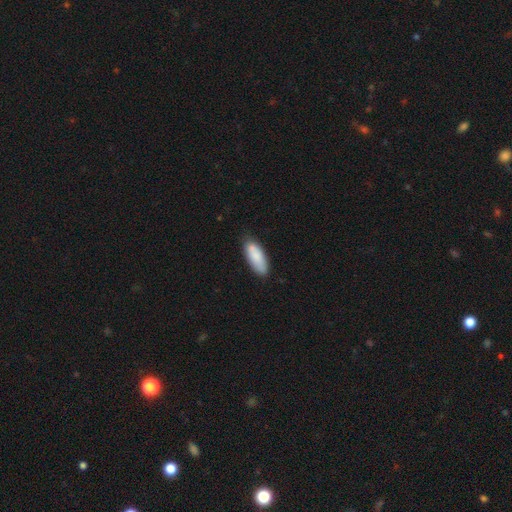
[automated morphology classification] smooth_or_featured: smooth (p=0.85) [alt: featured or disk p=0.09]
how_rounded: in between (p=0.74) [alt: cigar-shaped p=0.24]
merging: none (p=0.76) [alt: minor disturbance p=0.19]